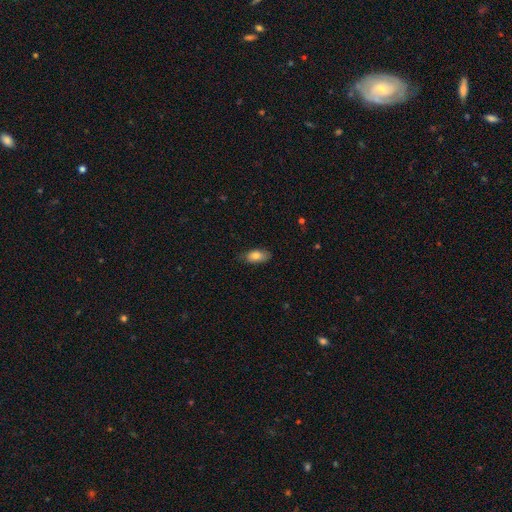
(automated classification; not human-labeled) Smooth or featured? smooth (81%)
How rounded? in between (90%)
Merging? none (78%)